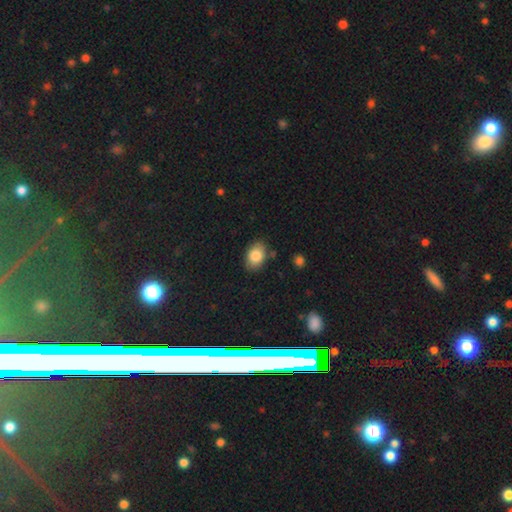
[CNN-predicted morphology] smooth-or-featured: smooth: 83% | featured or disk: 10% | star or artifact: 8%
  how-rounded: in between: 83% | round: 16% | cigar-shaped: 1%
  merging: none: 82% | minor disturbance: 13% | major disturbance: 3% | merger: 2%